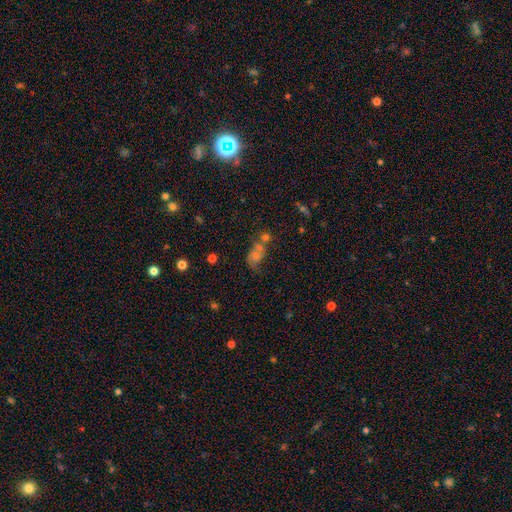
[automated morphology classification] smooth 40%, featured or disk 31%, star or artifact 29%. Down the decision tree: merging — none (38%).